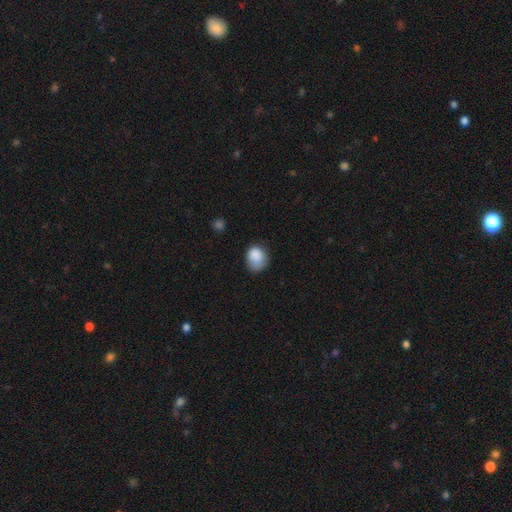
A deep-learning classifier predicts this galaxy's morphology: Smooth or featured? smooth (85%)
How rounded? round (55%)
Merging? none (51%)